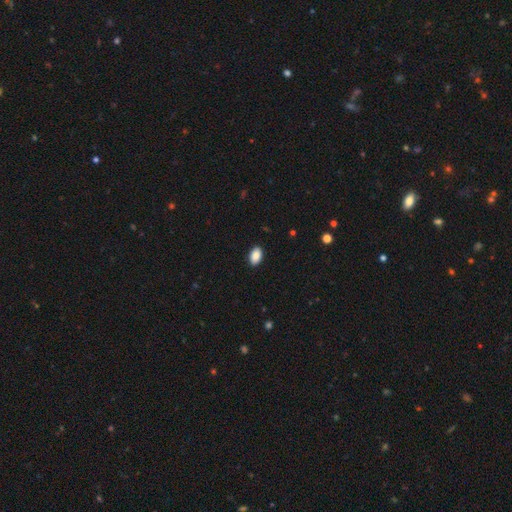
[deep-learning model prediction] Smooth or featured? Predicted: smooth (p=0.89). How rounded? Predicted: in between (p=0.92). Merging? Predicted: none (p=0.90).